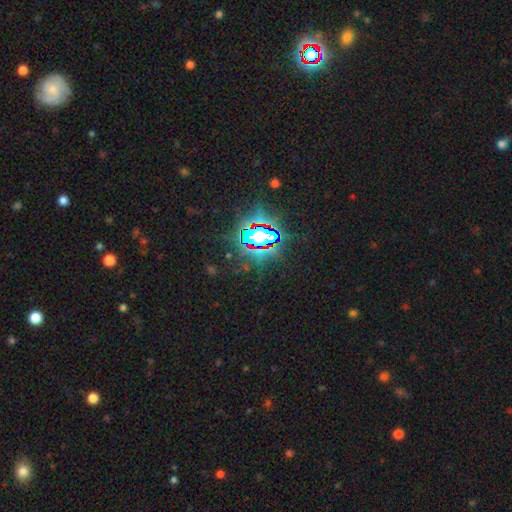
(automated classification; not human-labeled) Morphology: type=star or artifact (85%).